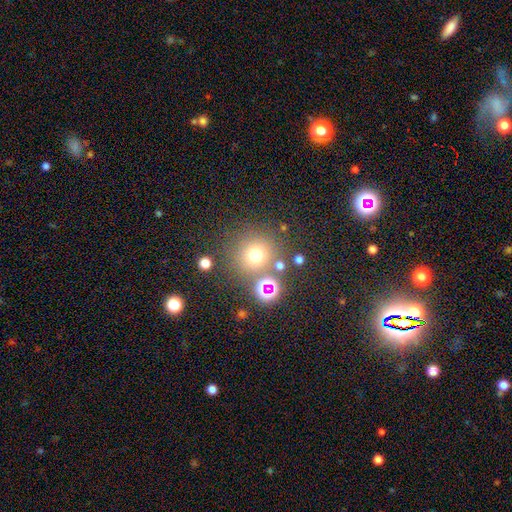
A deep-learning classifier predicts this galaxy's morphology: smooth_or_featured: smooth (p=0.68) [alt: star or artifact p=0.23]
how_rounded: round (p=0.93) [alt: in between p=0.06]
merging: none (p=0.78) [alt: minor disturbance p=0.09]